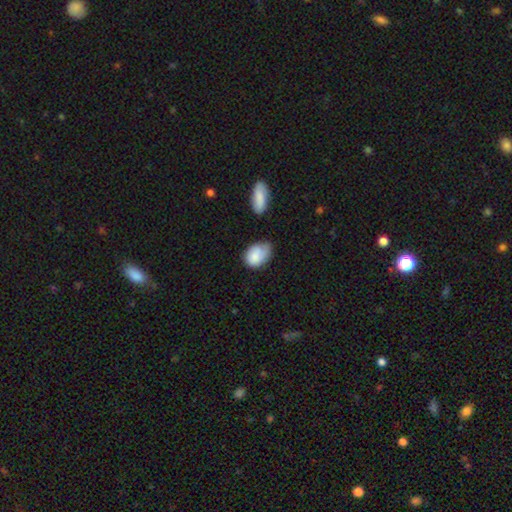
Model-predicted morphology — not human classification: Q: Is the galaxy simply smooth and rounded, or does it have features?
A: smooth — 82%.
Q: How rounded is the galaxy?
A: in between — 81%.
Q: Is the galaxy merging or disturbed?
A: minor disturbance — 42%.